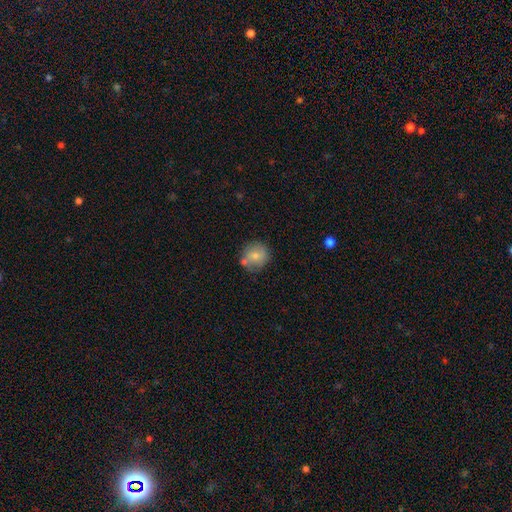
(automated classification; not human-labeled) Smooth or featured?
  - smooth: 75% *
  - featured or disk: 17%
  - star or artifact: 8%
How rounded?
  - round: 87% *
  - in between: 12%
  - cigar-shaped: 1%
Merging?
  - none: 67% *
  - minor disturbance: 15%
  - merger: 15%
  - major disturbance: 4%